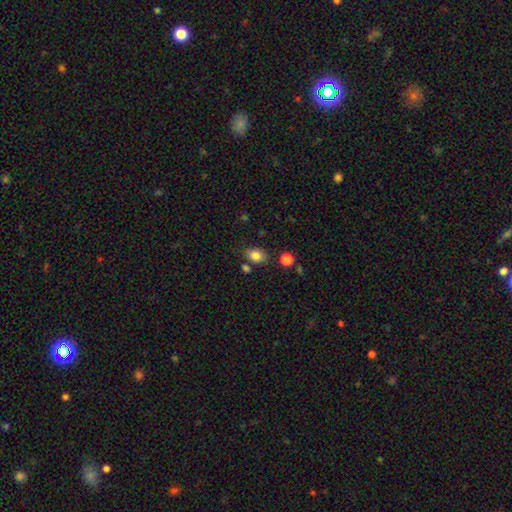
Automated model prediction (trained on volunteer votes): Q: Smooth or featured?
A: smooth (83%); runner-up: star or artifact (10%)
Q: How rounded?
A: in between (70%); runner-up: round (28%)
Q: Merging?
A: none (73%); runner-up: minor disturbance (16%)